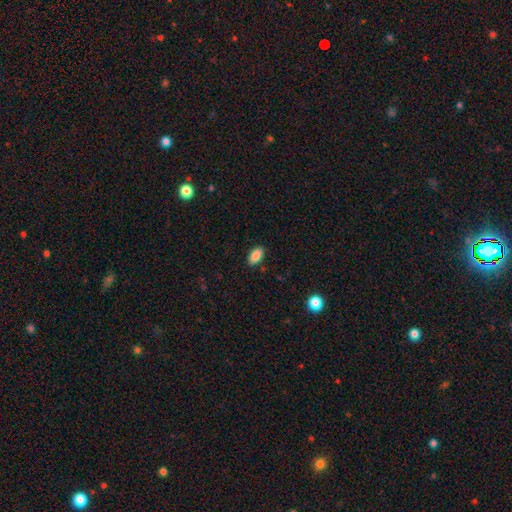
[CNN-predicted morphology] Q: Smooth or featured?
A: smooth (87%); runner-up: star or artifact (8%)
Q: How rounded?
A: in between (93%); runner-up: round (4%)
Q: Merging?
A: none (88%); runner-up: minor disturbance (9%)